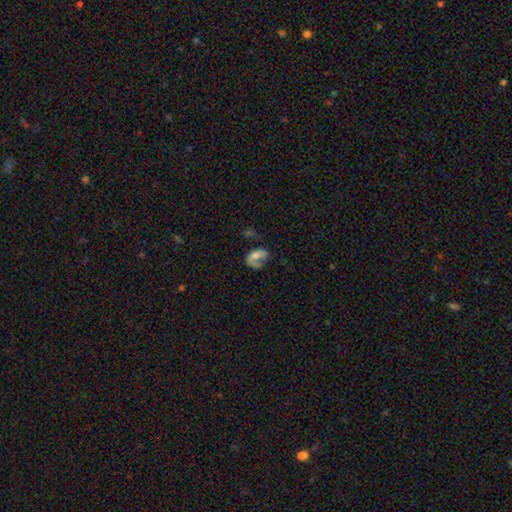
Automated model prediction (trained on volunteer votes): smooth_or_featured: smooth (p=0.47) [alt: featured or disk p=0.44]
merging: major disturbance (p=0.39) [alt: none p=0.31]